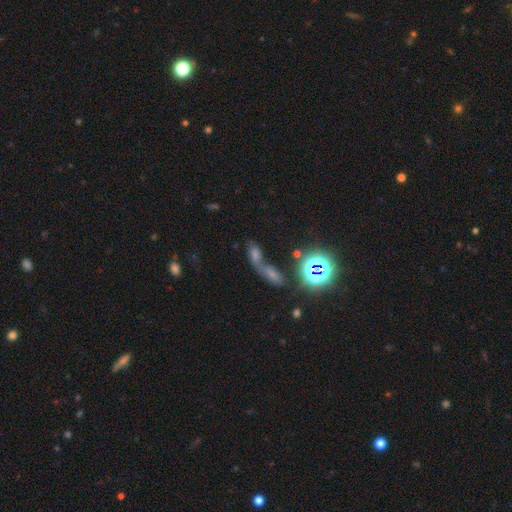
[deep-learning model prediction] A star or artifact, not a galaxy (40%).

Vote fractions:
- Smooth or featured? star or artifact: 40% / smooth: 37% / featured or disk: 23%